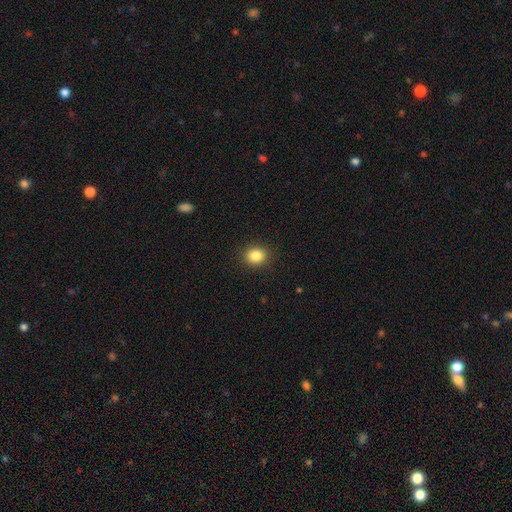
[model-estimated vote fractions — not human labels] Smooth or featured? Predicted: smooth (p=0.85). How rounded? Predicted: round (p=0.67). Merging? Predicted: none (p=0.90).